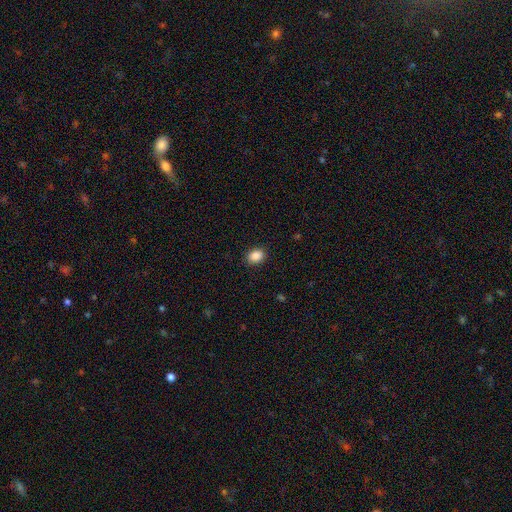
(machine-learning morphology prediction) smooth 88%, star or artifact 9%, featured or disk 3%. Down the decision tree: how rounded — in between (62%); merging — none (88%).